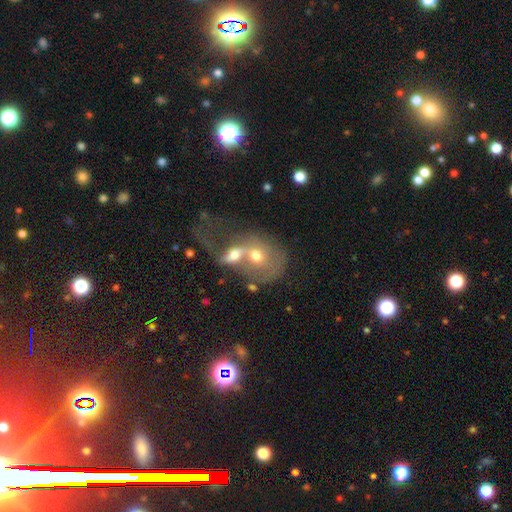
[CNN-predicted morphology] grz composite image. It shows a featured or disk galaxy (42%). Merging: merger (79%).